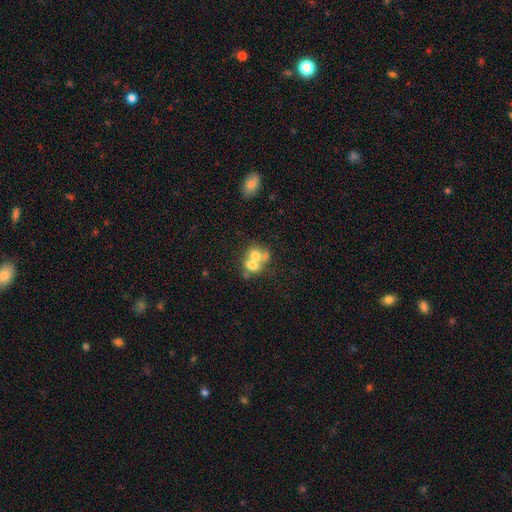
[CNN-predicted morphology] Smooth or featured? smooth (62%)
How rounded? round (53%)
Merging? merger (66%)